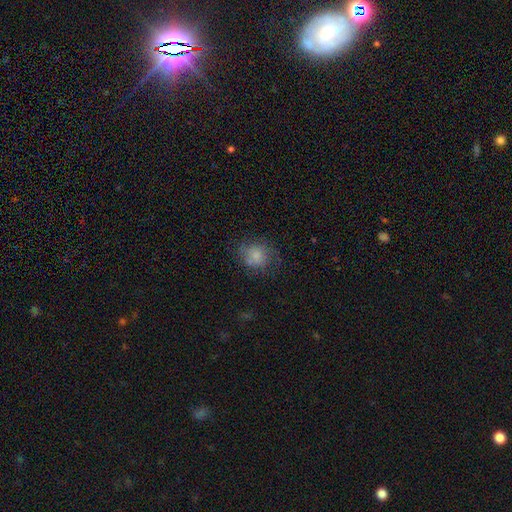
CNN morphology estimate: Smooth or featured: smooth — 71% (featured or disk — 19%)
How rounded: round — 67% (in between — 32%)
Merging: none — 56% (minor disturbance — 24%)